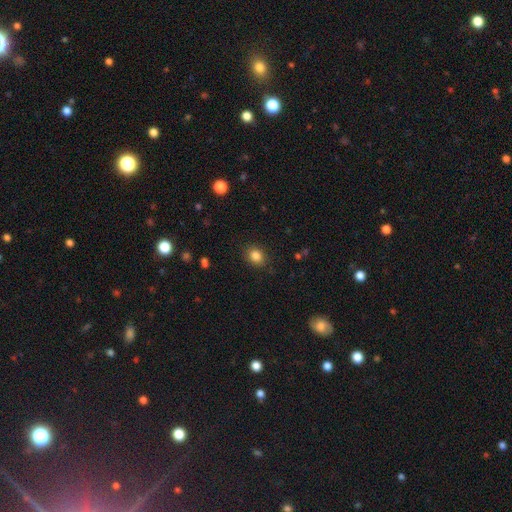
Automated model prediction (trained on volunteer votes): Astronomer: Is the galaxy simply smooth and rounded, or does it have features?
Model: smooth — 84%.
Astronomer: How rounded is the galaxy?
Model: round — 51% (runner-up: in between, 48%).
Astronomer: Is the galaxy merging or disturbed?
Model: none — 86%.